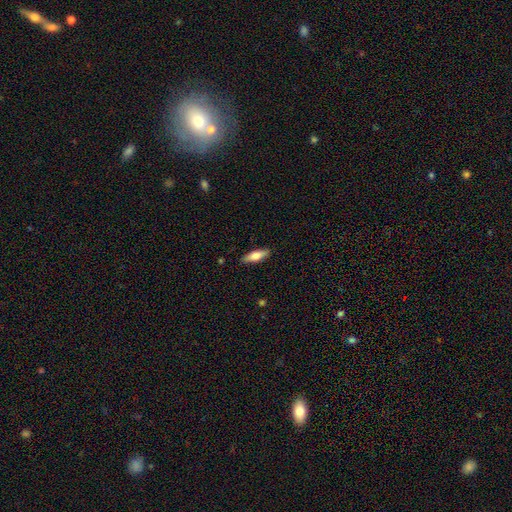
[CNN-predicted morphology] Smooth or featured? smooth (66%)
How rounded? in between (53%)
Merging? none (88%)